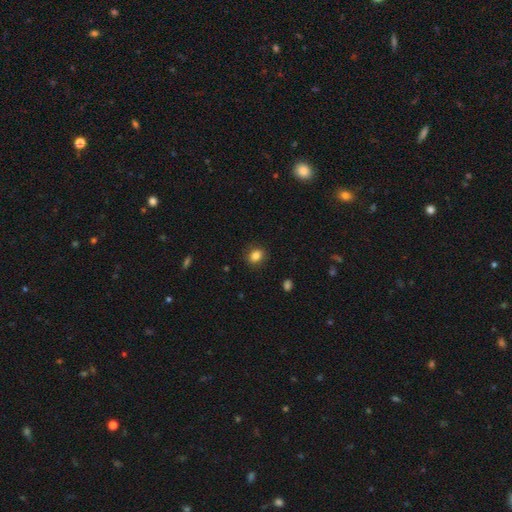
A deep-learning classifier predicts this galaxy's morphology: A smooth galaxy with no disk features (84%) that is round (55%).

Vote fractions:
- Smooth or featured? smooth: 84% / star or artifact: 10% / featured or disk: 6%
- How rounded? round: 55% / in between: 44% / cigar-shaped: 1%
- Merging? none: 86% / minor disturbance: 10% / major disturbance: 3% / merger: 1%